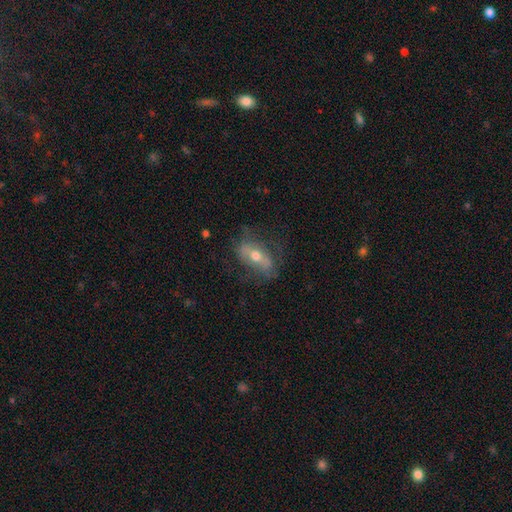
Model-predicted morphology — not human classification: A featured or disk galaxy (60%). Merging: none (65%).